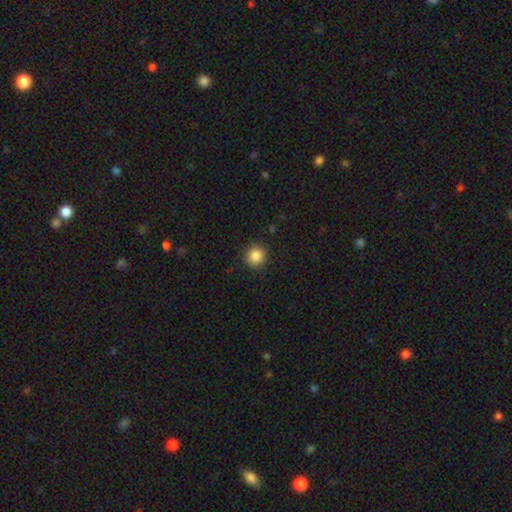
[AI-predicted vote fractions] Smooth or featured: smooth — 86% (star or artifact — 10%)
How rounded: round — 92% (in between — 7%)
Merging: none — 91% (minor disturbance — 6%)